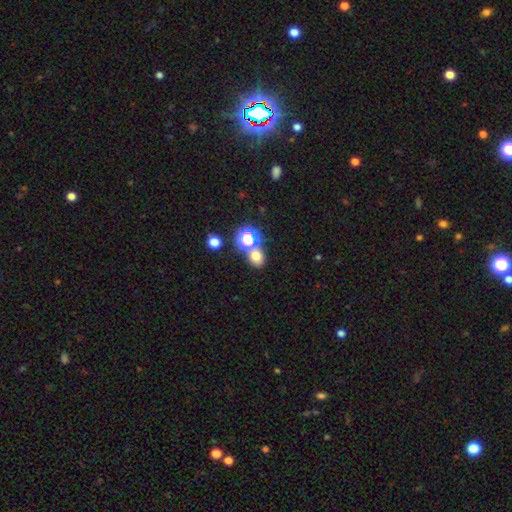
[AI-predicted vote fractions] Smooth or featured?
  - smooth: 66% *
  - star or artifact: 26%
  - featured or disk: 8%
How rounded?
  - round: 65% *
  - in between: 34%
  - cigar-shaped: 1%
Merging?
  - none: 62% *
  - merger: 26%
  - minor disturbance: 9%
  - major disturbance: 4%